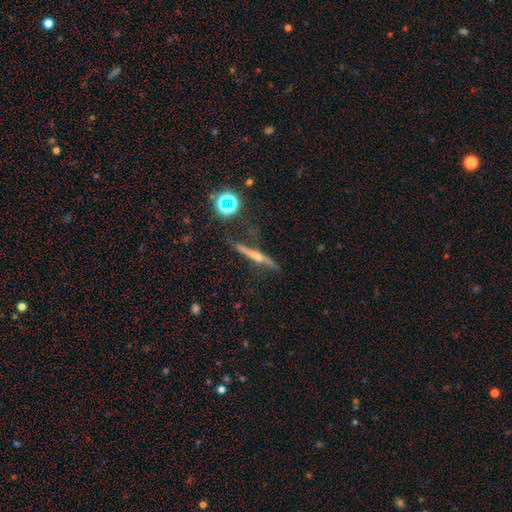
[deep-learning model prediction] Smooth or featured: featured or disk — 62% (smooth — 24%)
Edge-on disk: yes — 86% (no — 14%)
Edge-on bulge: rounded — 63% (none — 25%)
Merging: none — 67% (minor disturbance — 20%)